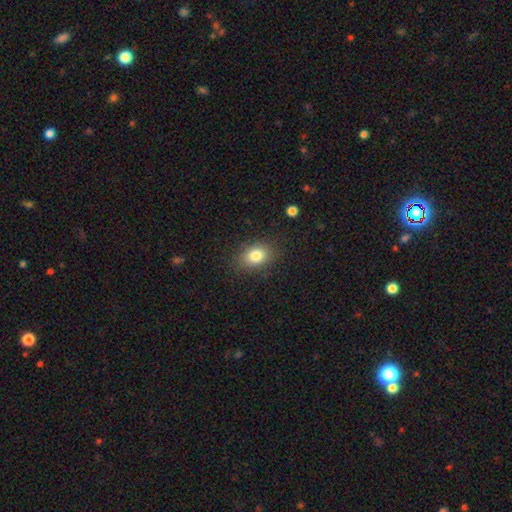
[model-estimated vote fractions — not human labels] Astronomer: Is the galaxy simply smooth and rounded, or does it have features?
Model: smooth — 81%.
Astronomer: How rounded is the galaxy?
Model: in between — 73%.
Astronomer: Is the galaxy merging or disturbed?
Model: none — 83%.